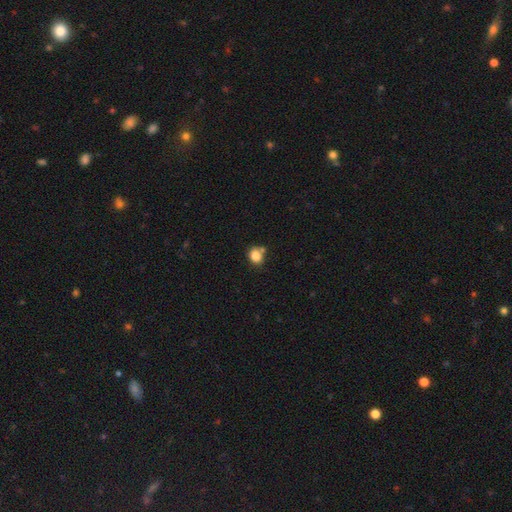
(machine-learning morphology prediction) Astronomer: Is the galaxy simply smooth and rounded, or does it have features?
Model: smooth — 84%.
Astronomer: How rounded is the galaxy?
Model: round — 62%.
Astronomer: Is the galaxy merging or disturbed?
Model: none — 66%.